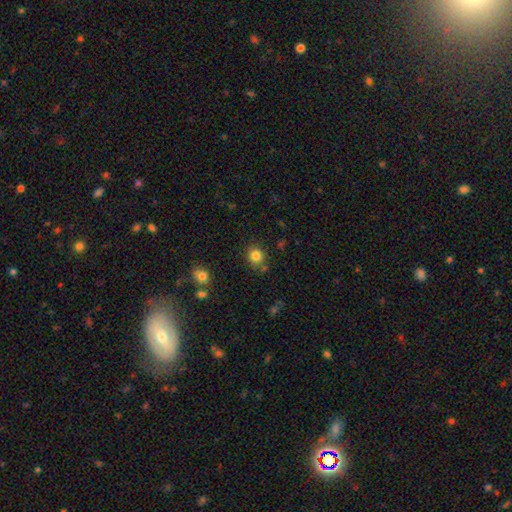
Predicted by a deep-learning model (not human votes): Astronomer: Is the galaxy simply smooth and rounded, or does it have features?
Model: smooth — 83%.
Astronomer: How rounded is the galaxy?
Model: round — 84%.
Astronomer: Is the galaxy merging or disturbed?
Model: none — 80%.